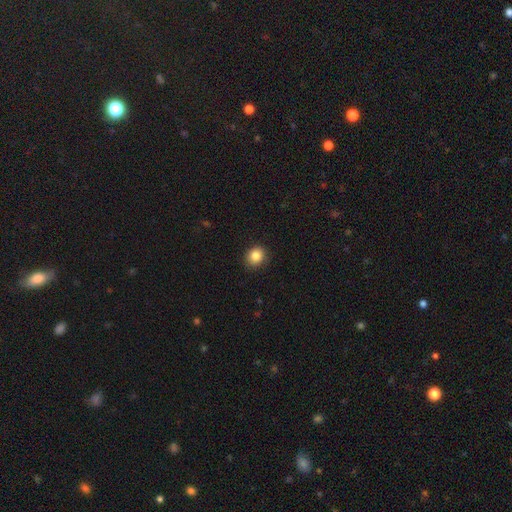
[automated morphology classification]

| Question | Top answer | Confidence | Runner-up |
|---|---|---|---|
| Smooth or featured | smooth | 86% | star or artifact (10%) |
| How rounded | round | 80% | in between (19%) |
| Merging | none | 87% | minor disturbance (9%) |